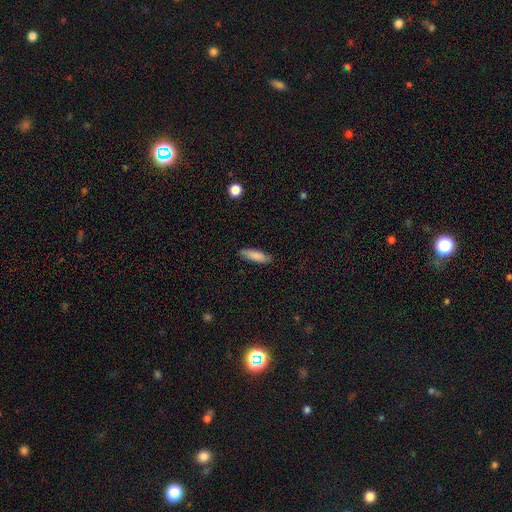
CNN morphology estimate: A smooth galaxy with no disk features (84%) that is cigar-shaped (58%).

Vote fractions:
- Smooth or featured? smooth: 84% / featured or disk: 9% / star or artifact: 6%
- How rounded? cigar-shaped: 58% / in between: 40% / round: 2%
- Merging? none: 85% / minor disturbance: 12% / major disturbance: 2% / merger: 1%